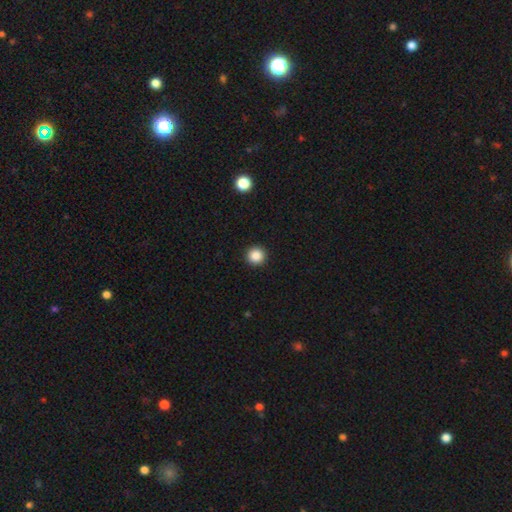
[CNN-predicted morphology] Overall: smooth (86%). How rounded: round (96%). Merging: none (93%).